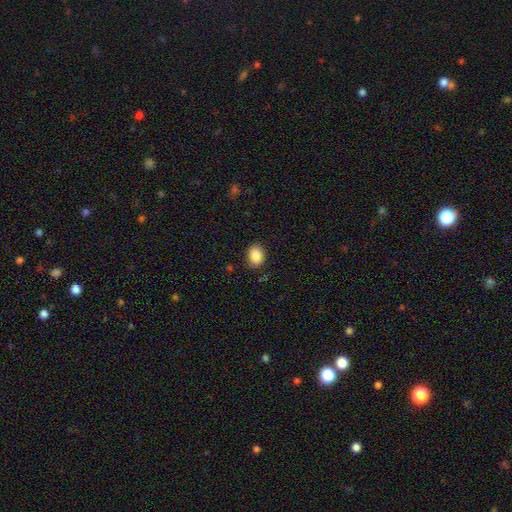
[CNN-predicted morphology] The model was most divided on "how rounded": in between: 65%, round: 34%, cigar-shaped: 1%. More confident: smooth or featured — smooth (86%); merging — none (81%).